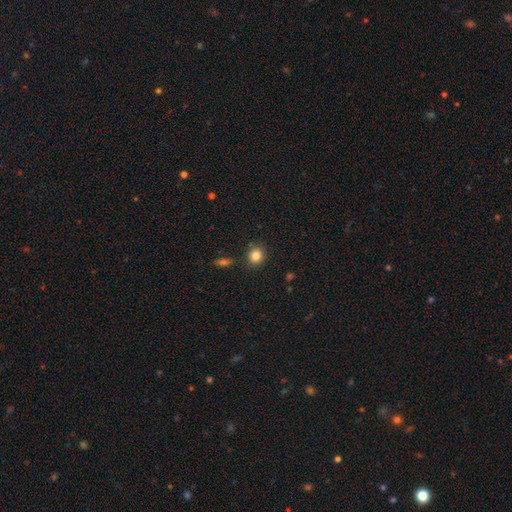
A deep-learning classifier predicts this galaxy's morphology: A smooth galaxy with no disk features (84%) that is round (86%).

Vote fractions:
- Smooth or featured? smooth: 84% / star or artifact: 11% / featured or disk: 6%
- How rounded? round: 86% / in between: 13% / cigar-shaped: 1%
- Merging? none: 85% / minor disturbance: 9% / merger: 4% / major disturbance: 2%